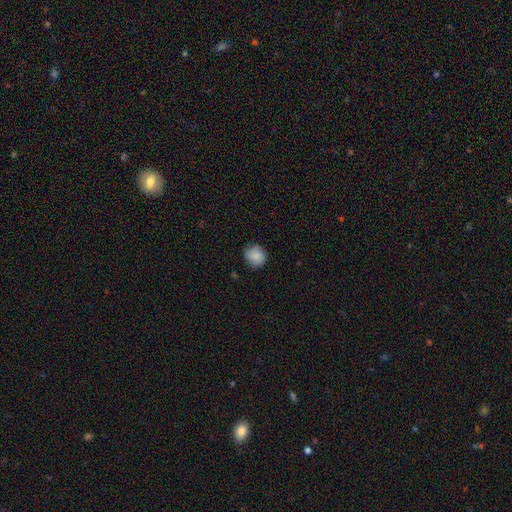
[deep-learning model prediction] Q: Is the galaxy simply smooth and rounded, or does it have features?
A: smooth — 86%.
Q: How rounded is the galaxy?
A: round — 86%.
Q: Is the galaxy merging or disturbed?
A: none — 81%.